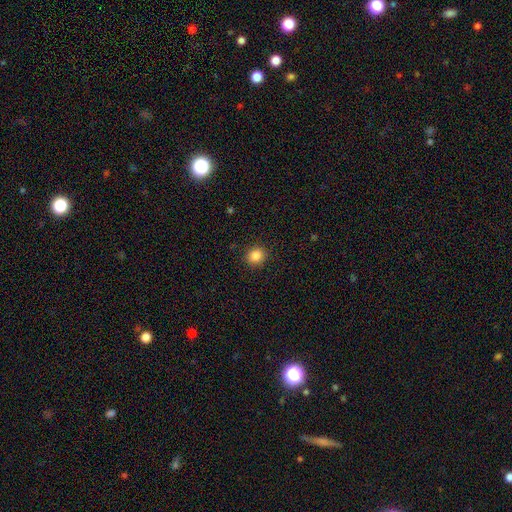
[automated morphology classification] This is clearly a smooth galaxy (86%). How rounded: likely round (79%). Merging: clearly none (91%).